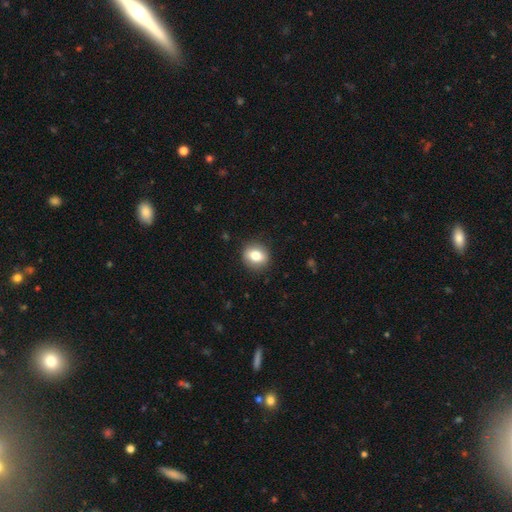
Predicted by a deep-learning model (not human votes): Overall: smooth (80%). How rounded: round (63%; in between 36%). Merging: none (88%).